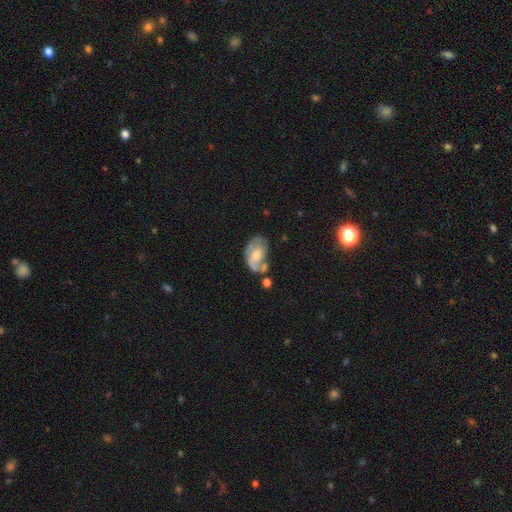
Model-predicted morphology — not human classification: This is possibly a featured or disk galaxy (56%). It is clearly not viewed edge-on (96%). Bar: likely no (71%). Spiral arm pattern: likely yes (66%). Central bulge: marginally moderate (44%). Merging: marginally none (35%).